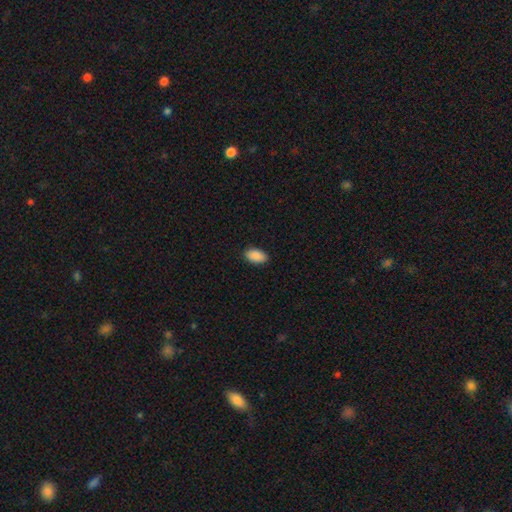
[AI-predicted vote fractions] A smooth galaxy with no disk features (90%) that is in between round and cigar-shaped (94%).

Vote fractions:
- Smooth or featured? smooth: 90% / star or artifact: 7% / featured or disk: 3%
- How rounded? in between: 94% / round: 4% / cigar-shaped: 2%
- Merging? none: 90% / minor disturbance: 7% / major disturbance: 2% / merger: 1%